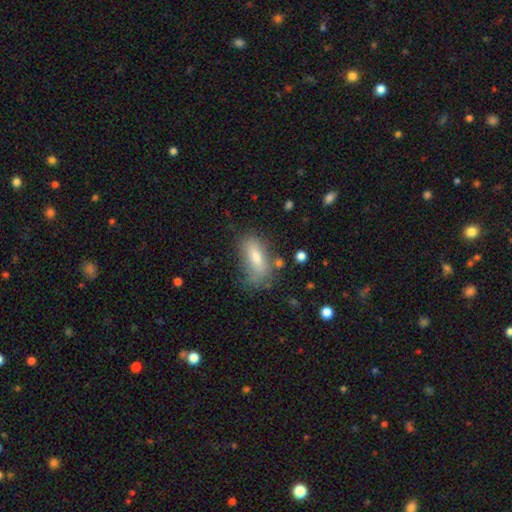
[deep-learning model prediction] The model was most divided on "merging": none: 63%, minor disturbance: 24%, major disturbance: 9%, merger: 4%. More confident: how rounded — in between (72%); smooth or featured — smooth (71%).